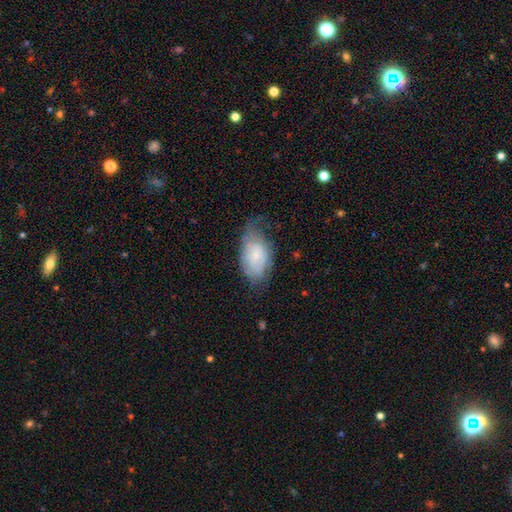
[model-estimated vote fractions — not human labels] smooth-or-featured: smooth: 56% | featured or disk: 36% | star or artifact: 8%
  how-rounded: in between: 91% | round: 7% | cigar-shaped: 2%
  merging: none: 43% | minor disturbance: 35% | major disturbance: 20% | merger: 2%